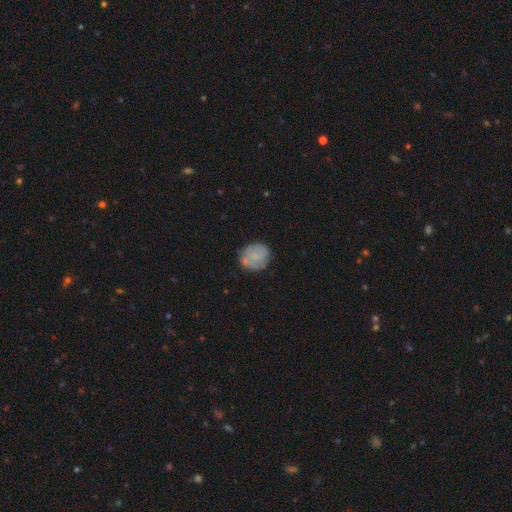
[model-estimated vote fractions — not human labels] smooth_or_featured: smooth (p=0.63) [alt: featured or disk p=0.29]
how_rounded: round (p=0.81) [alt: in between p=0.18]
merging: none (p=0.70) [alt: minor disturbance p=0.20]